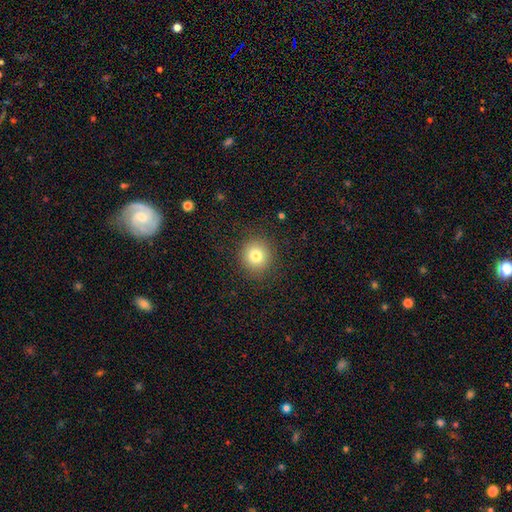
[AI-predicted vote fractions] Q: Smooth or featured?
A: smooth (79%); runner-up: star or artifact (12%)
Q: How rounded?
A: round (90%); runner-up: in between (9%)
Q: Merging?
A: none (89%); runner-up: minor disturbance (7%)